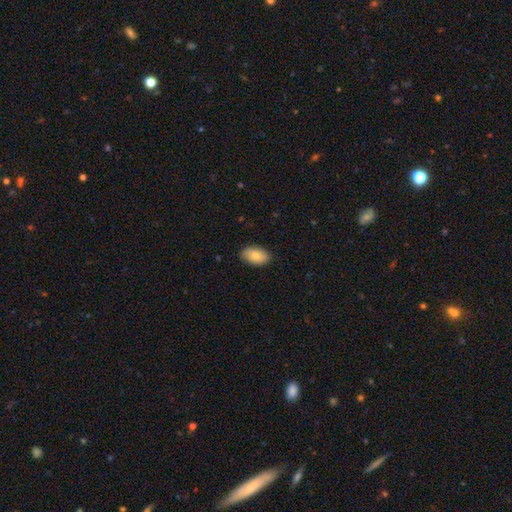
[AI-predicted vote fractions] Morphology: type=smooth (83%); roundness=in between (93%); merging=none (86%).